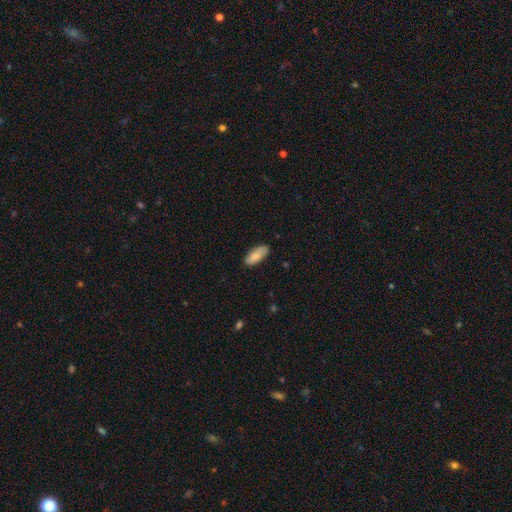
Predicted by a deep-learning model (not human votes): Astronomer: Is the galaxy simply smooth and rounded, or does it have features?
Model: smooth — 85%.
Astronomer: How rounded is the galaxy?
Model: in between — 82%.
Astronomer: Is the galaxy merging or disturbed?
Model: none — 81%.